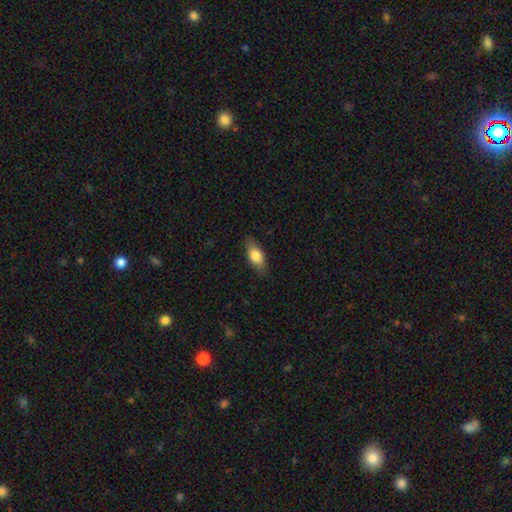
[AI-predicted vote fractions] This is likely a smooth galaxy (75%). How rounded: clearly in between (81%). Merging: clearly none (84%).